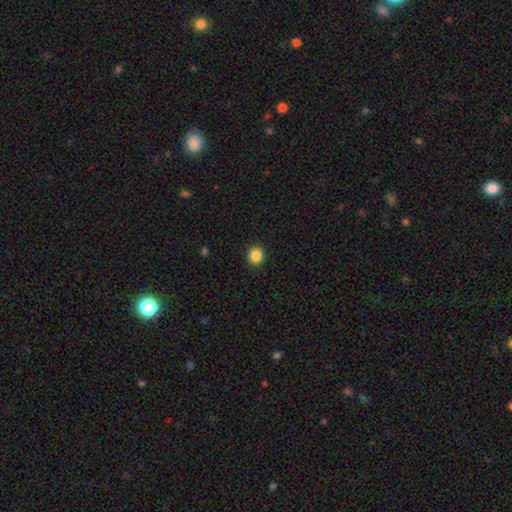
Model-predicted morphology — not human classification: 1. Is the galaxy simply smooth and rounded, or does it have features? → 87% smooth, 10% star or artifact, 3% featured or disk.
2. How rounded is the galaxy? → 85% round, 15% in between, 1% cigar-shaped.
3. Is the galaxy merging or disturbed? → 92% none, 5% minor disturbance, 2% major disturbance, 1% merger.